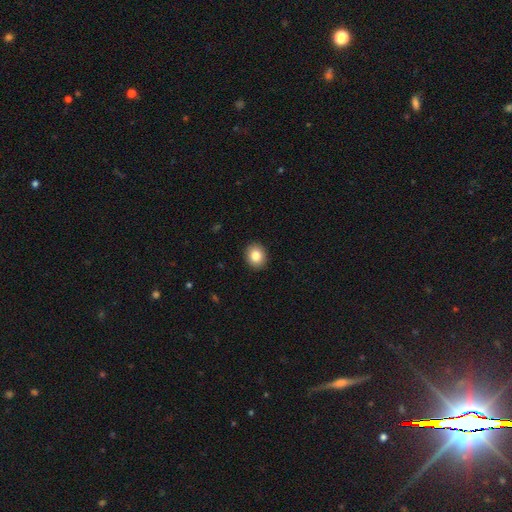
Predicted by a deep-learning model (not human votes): Smooth or featured? Predicted: smooth (p=0.83). How rounded? Predicted: round (p=0.69). Merging? Predicted: none (p=0.92).